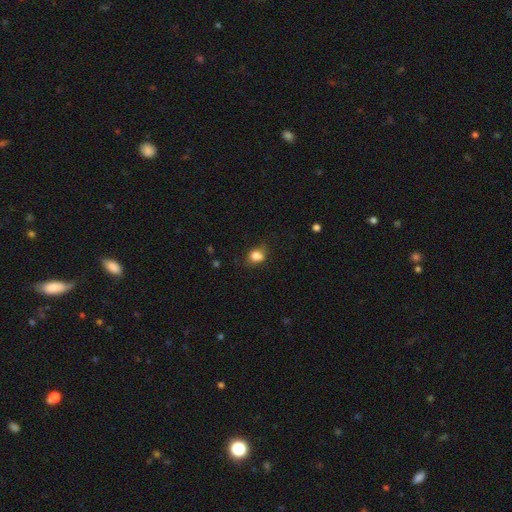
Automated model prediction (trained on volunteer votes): A smooth galaxy with no disk features (81%) that is in between round and cigar-shaped (52%). Merging: none (63%).